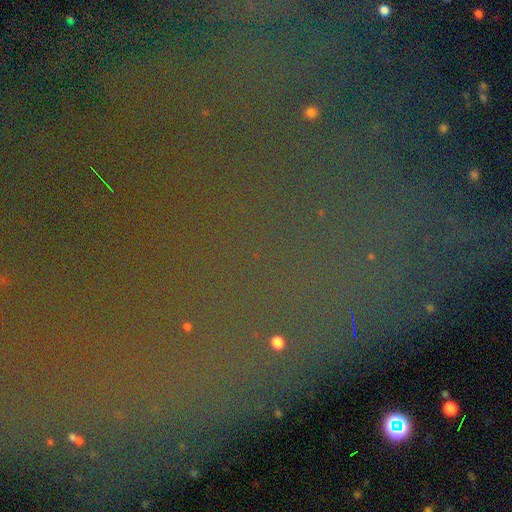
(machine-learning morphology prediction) Q: Smooth or featured?
A: star or artifact (79%); runner-up: smooth (11%)